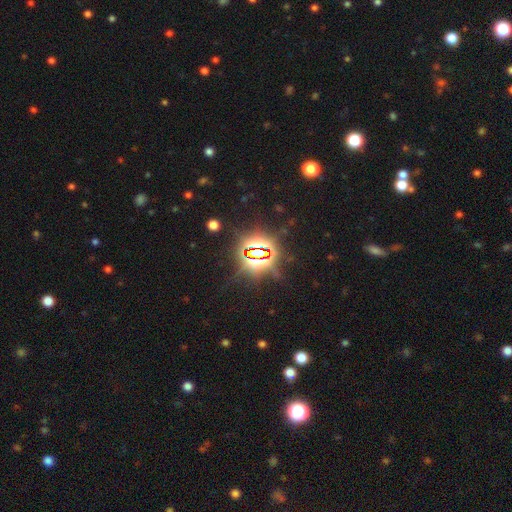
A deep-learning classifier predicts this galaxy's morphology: Q: Smooth or featured?
A: star or artifact (82%); runner-up: smooth (10%)